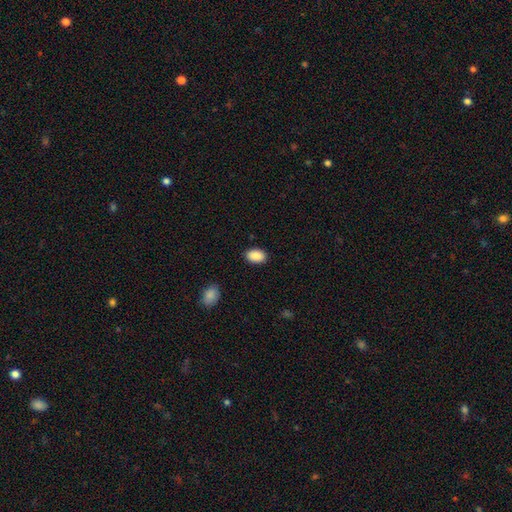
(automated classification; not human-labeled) A smooth galaxy with no disk features (89%) that is in between round and cigar-shaped (87%). Merging: none (88%).